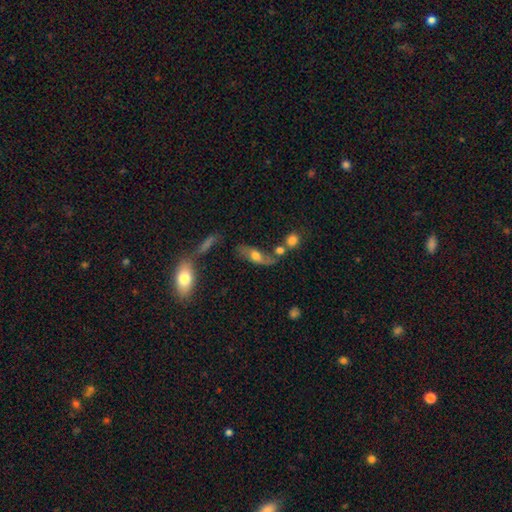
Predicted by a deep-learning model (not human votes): Smooth or featured? smooth (45%, tied with featured or disk)
Merging? none (38%)